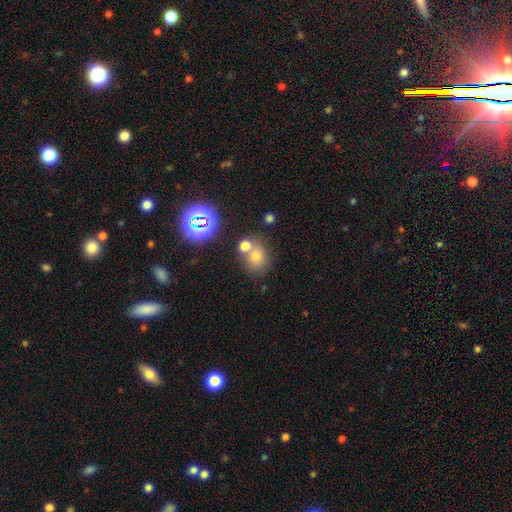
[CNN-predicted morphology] smooth-or-featured: smooth: 66% | star or artifact: 21% | featured or disk: 12%
  how-rounded: round: 68% | in between: 31% | cigar-shaped: 1%
  merging: none: 50% | merger: 36% | minor disturbance: 10% | major disturbance: 4%